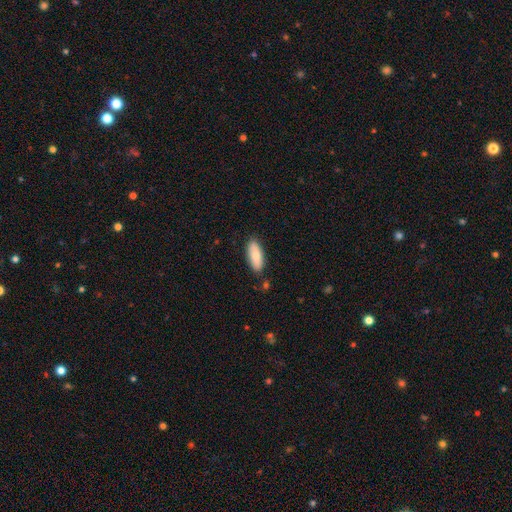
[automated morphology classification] smooth-or-featured: smooth: 81% | featured or disk: 13% | star or artifact: 6%
  how-rounded: in between: 76% | cigar-shaped: 22% | round: 2%
  merging: none: 85% | minor disturbance: 11% | merger: 2% | major disturbance: 2%